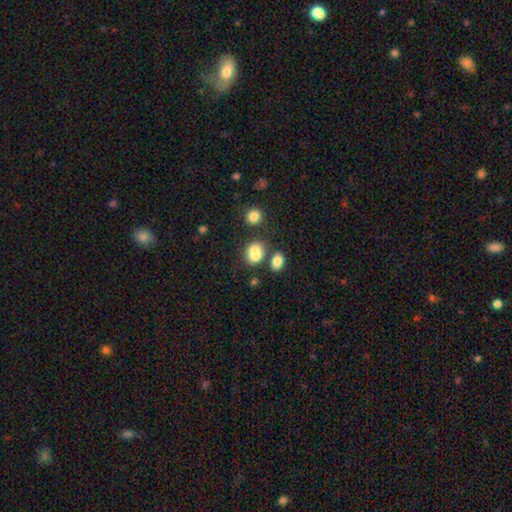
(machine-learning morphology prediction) smooth_or_featured: smooth (p=0.79) [alt: star or artifact p=0.11]
how_rounded: in between (p=0.55) [alt: round p=0.44]
merging: none (p=0.44) [alt: merger p=0.39]